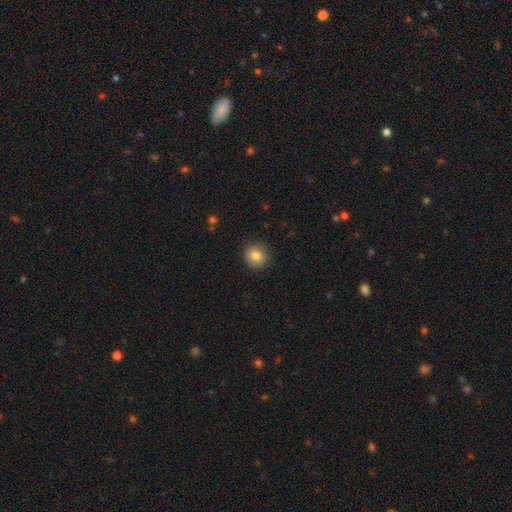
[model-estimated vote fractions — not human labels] A smooth galaxy with no disk features (82%) that is round (89%). Merging: none (88%).